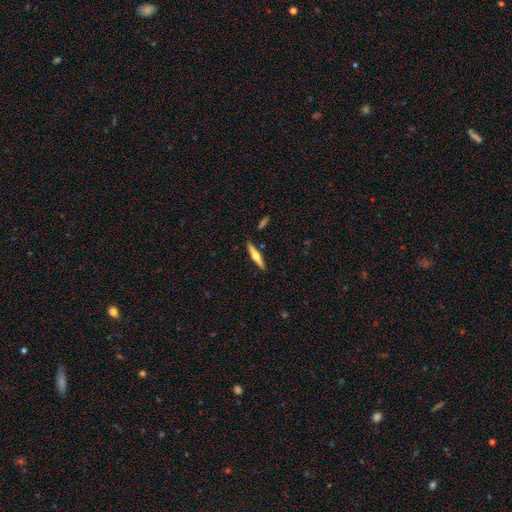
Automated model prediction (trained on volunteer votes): This appears to be a featured or disk galaxy (58%) viewed edge-on (97%) with a rounded central bulge (90%). Merging: none (88%).